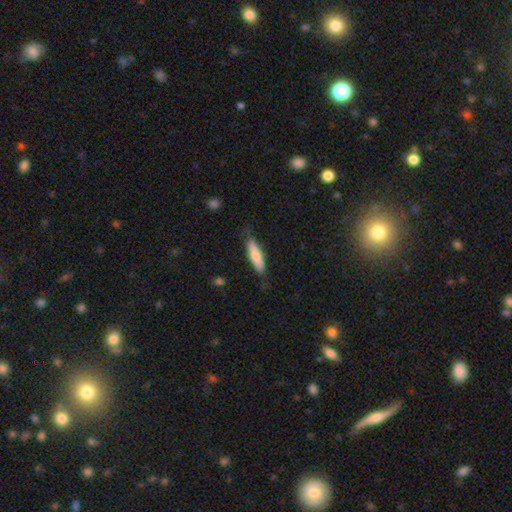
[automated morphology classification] type=smooth (75%); roundness=cigar-shaped (68%); merging=none (76%).